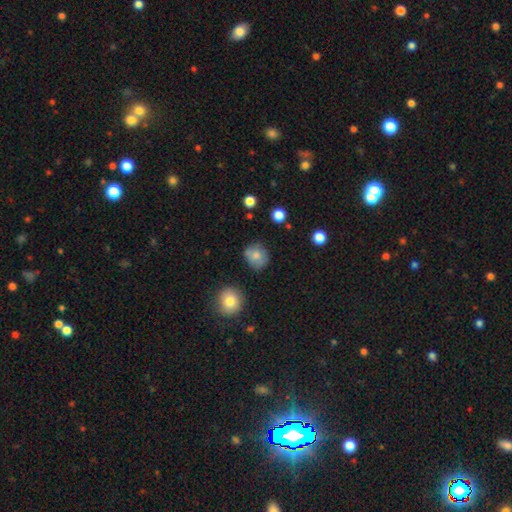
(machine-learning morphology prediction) Smooth or featured? smooth (78%)
How rounded? round (80%)
Merging? none (72%)